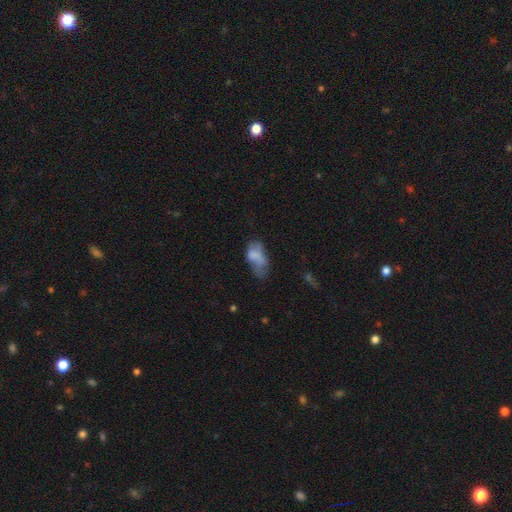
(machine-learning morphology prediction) Smooth or featured? Predicted: smooth (p=0.64). How rounded? Predicted: in between (p=0.90). Merging? Predicted: major disturbance (p=0.34).